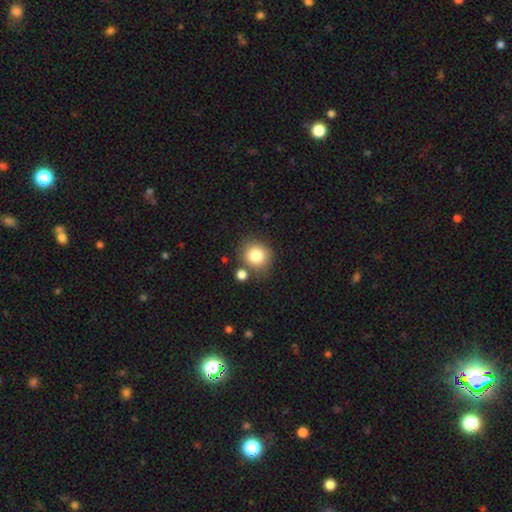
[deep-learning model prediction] smooth-or-featured: smooth: 81% | star or artifact: 11% | featured or disk: 8%
  how-rounded: round: 85% | in between: 14% | cigar-shaped: 1%
  merging: none: 74% | minor disturbance: 12% | merger: 11% | major disturbance: 4%